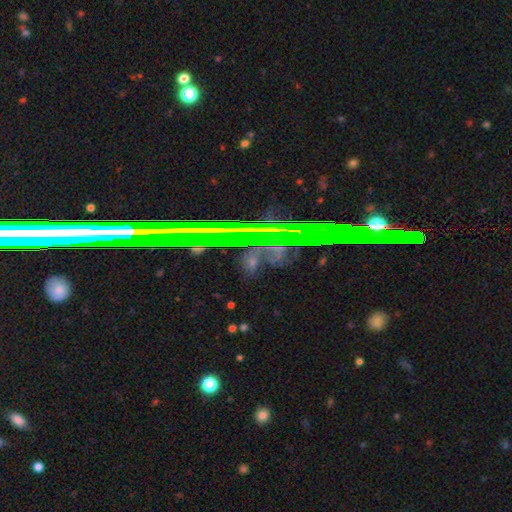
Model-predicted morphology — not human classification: Smooth or featured: star or artifact — 60% (featured or disk — 26%)